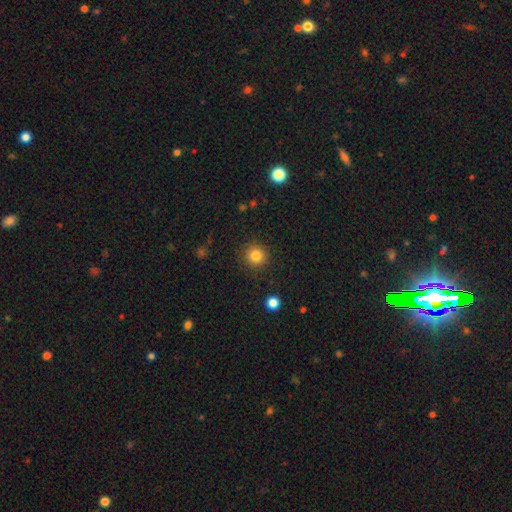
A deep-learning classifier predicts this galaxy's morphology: Smooth or featured? Predicted: smooth (p=0.82). How rounded? Predicted: round (p=0.94). Merging? Predicted: none (p=0.90).